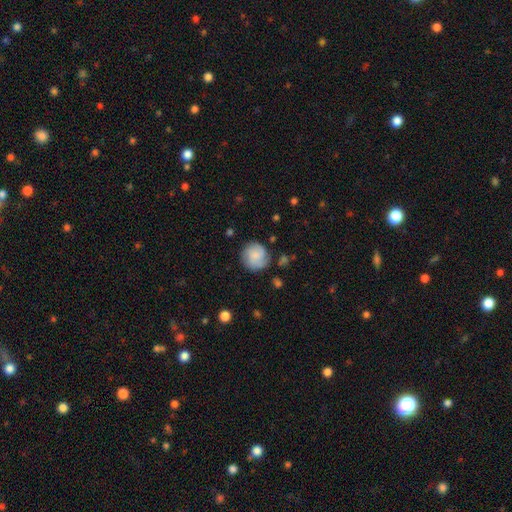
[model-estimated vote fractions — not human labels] Smooth or featured: smooth — 58% (featured or disk — 34%)
How rounded: round — 90% (in between — 9%)
Merging: none — 76% (minor disturbance — 16%)